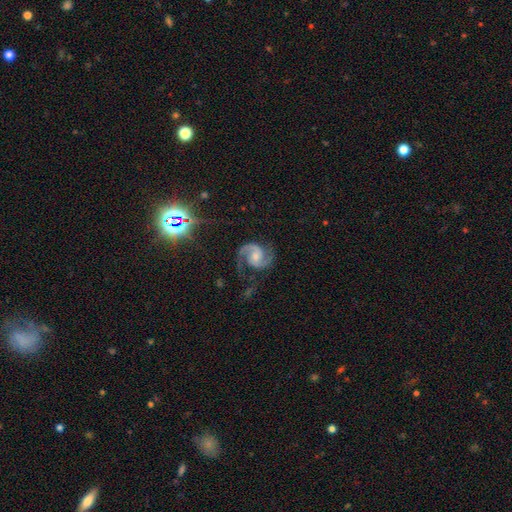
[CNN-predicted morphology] Overall: featured or disk (90%). Edge-on disk: no (98%). Bar: no (57%; weak 34%). Spiral arms: yes (98%). Spiral arm count: 2 (93%). Spiral winding: medium (60%; tight 22%). Bulge size: moderate (48%; small 42%). Merging: none (73%).